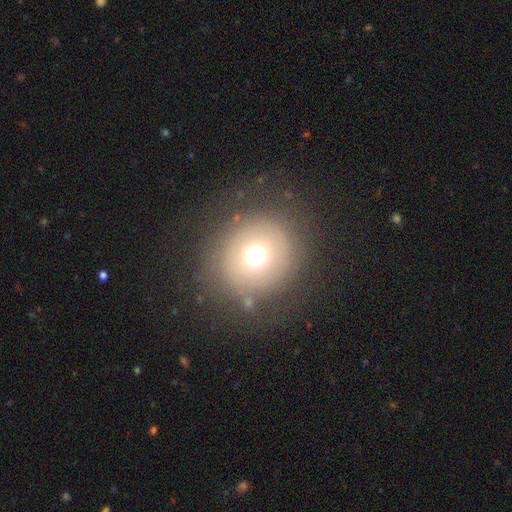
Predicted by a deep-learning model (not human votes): Smooth or featured?
  - smooth: 66% *
  - star or artifact: 19%
  - featured or disk: 14%
How rounded?
  - round: 90% *
  - in between: 9%
  - cigar-shaped: 1%
Merging?
  - none: 79% *
  - minor disturbance: 10%
  - major disturbance: 8%
  - merger: 3%